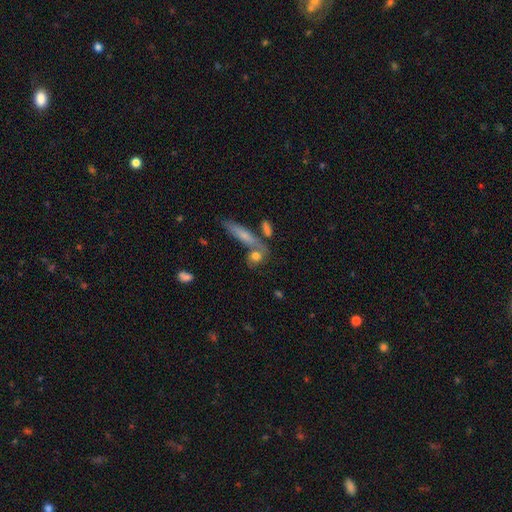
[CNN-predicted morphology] Smooth or featured?
  - smooth: 70% *
  - featured or disk: 21%
  - star or artifact: 9%
How rounded?
  - round: 42% *
  - in between: 36%
  - cigar-shaped: 22%
Merging?
  - none: 51% *
  - merger: 29%
  - minor disturbance: 13%
  - major disturbance: 7%